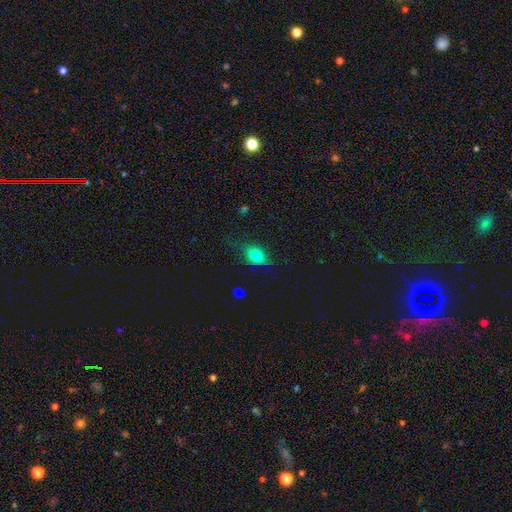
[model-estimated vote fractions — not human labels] Q: Smooth or featured?
A: smooth (78%); runner-up: featured or disk (12%)
Q: How rounded?
A: in between (74%); runner-up: round (23%)
Q: Merging?
A: none (68%); runner-up: minor disturbance (25%)